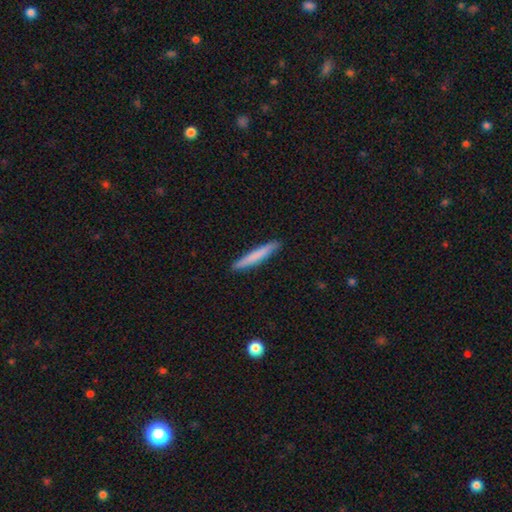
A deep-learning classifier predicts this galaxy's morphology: type=smooth (72%); roundness=cigar-shaped (96%); merging=none (90%).